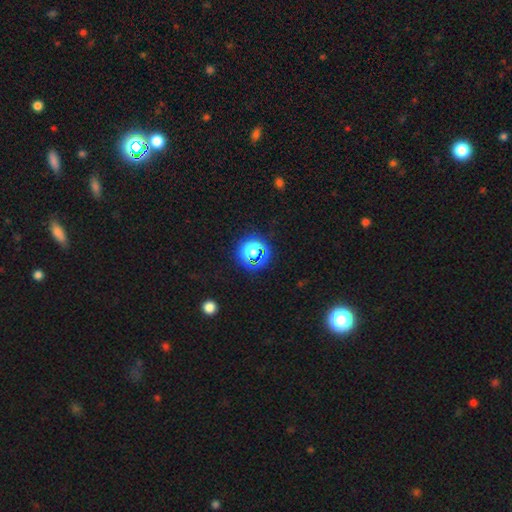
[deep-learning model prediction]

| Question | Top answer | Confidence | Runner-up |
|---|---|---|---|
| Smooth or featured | star or artifact | 52% | smooth (39%) |